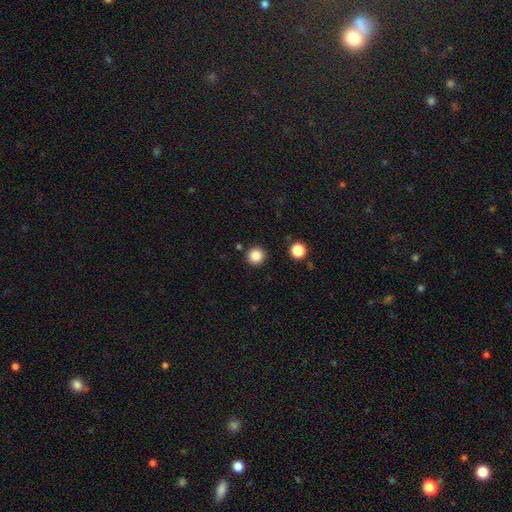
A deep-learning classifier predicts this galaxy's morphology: A smooth galaxy with no disk features (86%) that is round (95%).

Vote fractions:
- Smooth or featured? smooth: 86% / star or artifact: 11% / featured or disk: 3%
- How rounded? round: 95% / in between: 4% / cigar-shaped: 1%
- Merging? none: 91% / minor disturbance: 5% / merger: 2% / major disturbance: 2%